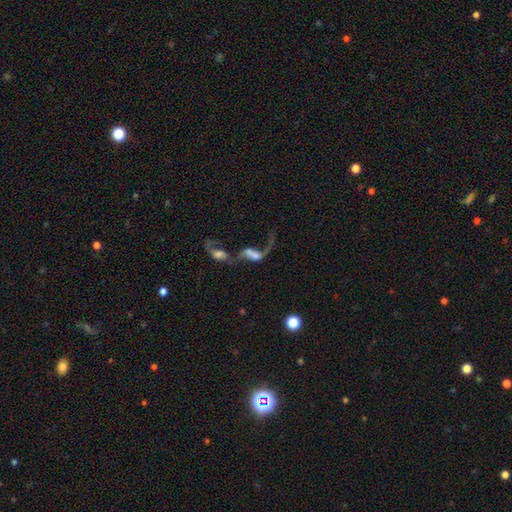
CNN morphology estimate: The model was most divided on "bulge size": none: 36%, moderate: 24%, small: 23%, large: 13%, dominant: 4%. More confident: edge-on disk — no (93%); merging — merger (71%); spiral arms — yes (66%); smooth or featured — featured or disk (59%); bar — no (57%).